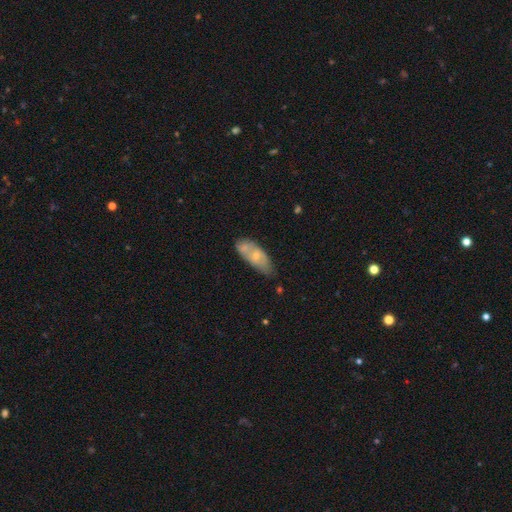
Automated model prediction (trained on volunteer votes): Smooth or featured? Predicted: smooth (p=0.59). How rounded? Predicted: in between (p=0.81). Merging? Predicted: none (p=0.44).